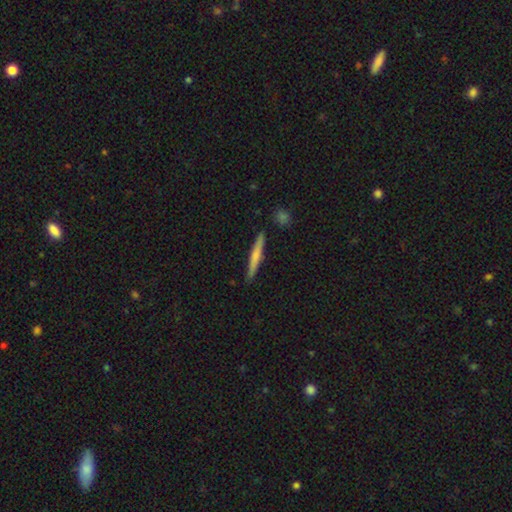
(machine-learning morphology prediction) Smooth or featured? smooth (61%)
How rounded? cigar-shaped (95%)
Merging? none (88%)